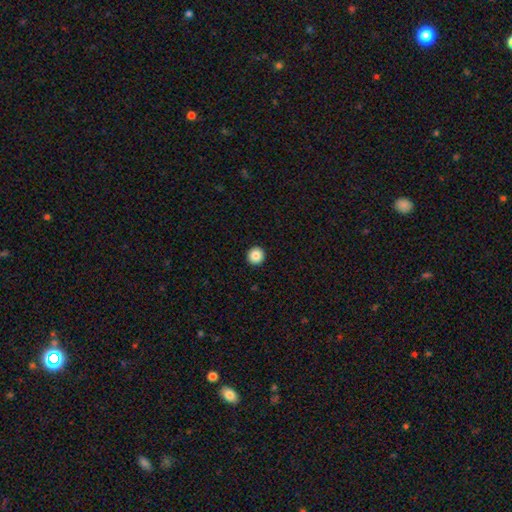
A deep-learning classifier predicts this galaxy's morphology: smooth-or-featured: smooth: 87% | star or artifact: 9% | featured or disk: 4%
  how-rounded: round: 93% | in between: 6% | cigar-shaped: 1%
  merging: none: 94% | minor disturbance: 4% | major disturbance: 1% | merger: 1%